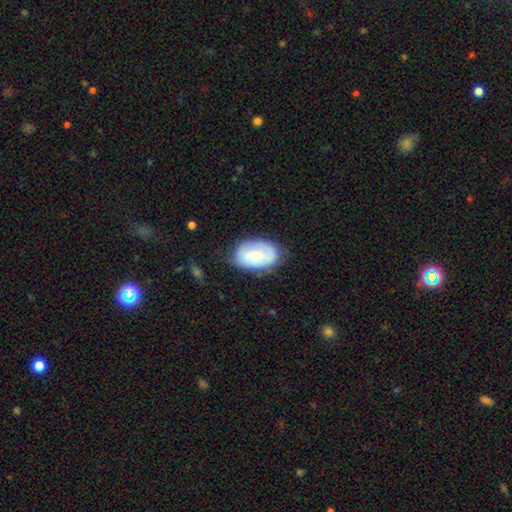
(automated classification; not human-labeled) The model was most divided on "smooth or featured": smooth: 59%, featured or disk: 34%, star or artifact: 7%. More confident: how rounded — in between (90%); merging — none (72%).